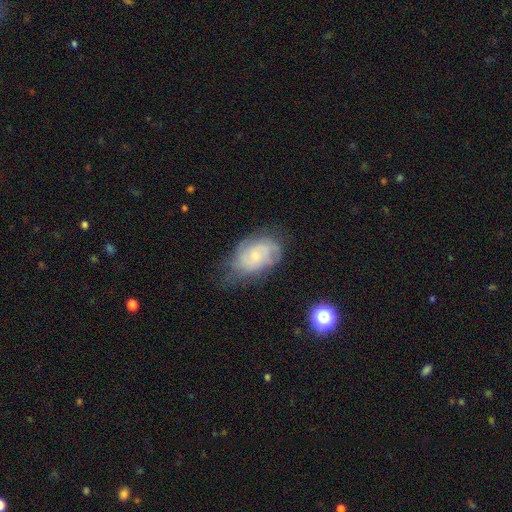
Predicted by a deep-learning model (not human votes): Smooth or featured? Predicted: featured or disk (p=0.63). Edge-on disk? Predicted: no (p=0.96). Bar? Predicted: no (p=0.74). Spiral arms? Predicted: yes (p=0.85). Spiral winding? Predicted: tight (p=0.50). Spiral arm count? Predicted: can't tell (p=0.46). Bulge size? Predicted: small (p=0.71). Merging? Predicted: none (p=0.55).